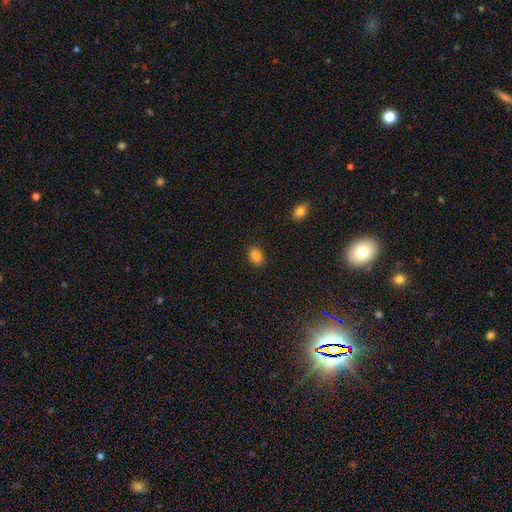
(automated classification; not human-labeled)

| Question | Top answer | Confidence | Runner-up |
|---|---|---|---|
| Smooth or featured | smooth | 85% | star or artifact (10%) |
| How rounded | in between | 69% | round (30%) |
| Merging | none | 87% | minor disturbance (9%) |